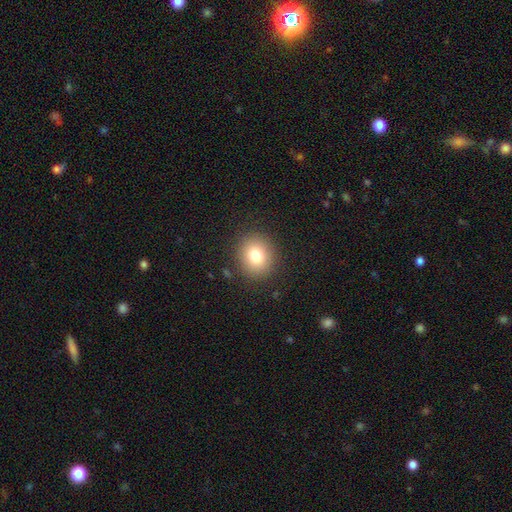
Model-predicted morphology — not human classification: Smooth or featured: smooth — 80% (star or artifact — 11%)
How rounded: round — 77% (in between — 22%)
Merging: none — 88% (minor disturbance — 8%)